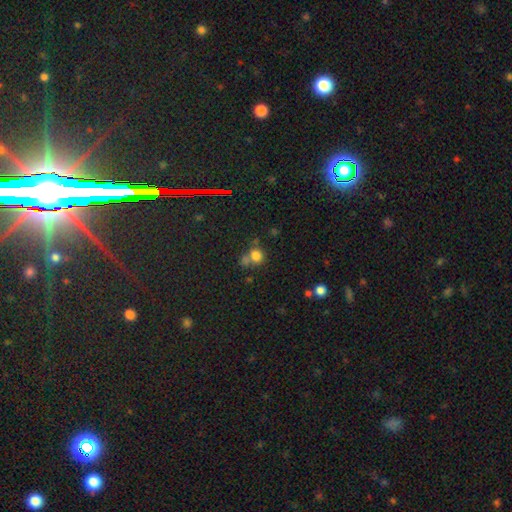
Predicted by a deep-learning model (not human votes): A smooth galaxy with no disk features (75%) that is round (80%).

Vote fractions:
- Smooth or featured? smooth: 75% / star or artifact: 17% / featured or disk: 8%
- How rounded? round: 80% / in between: 19% / cigar-shaped: 1%
- Merging? none: 47% / merger: 33% / minor disturbance: 13% / major disturbance: 7%